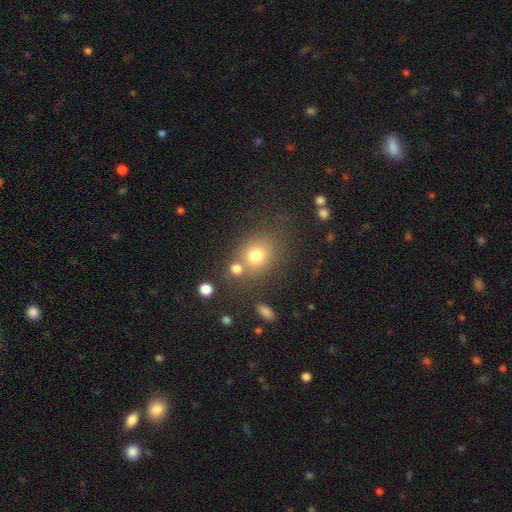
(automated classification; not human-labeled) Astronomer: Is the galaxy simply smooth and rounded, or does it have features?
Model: smooth — 75%.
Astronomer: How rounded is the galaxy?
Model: round — 67%.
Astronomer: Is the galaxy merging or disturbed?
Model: none — 60%.